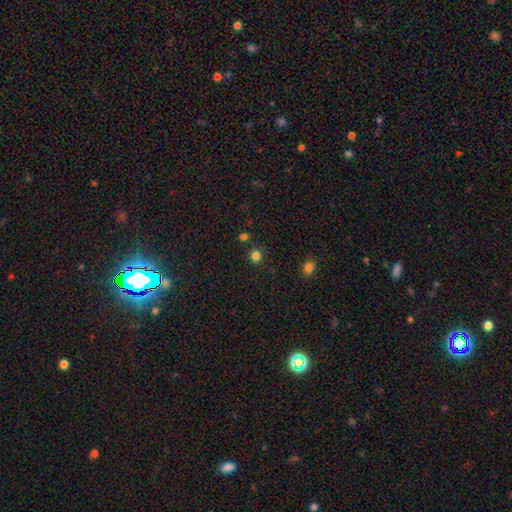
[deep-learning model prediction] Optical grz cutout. It shows a smooth galaxy with no disk features (80%) that is round (91%). Merging: none (86%).